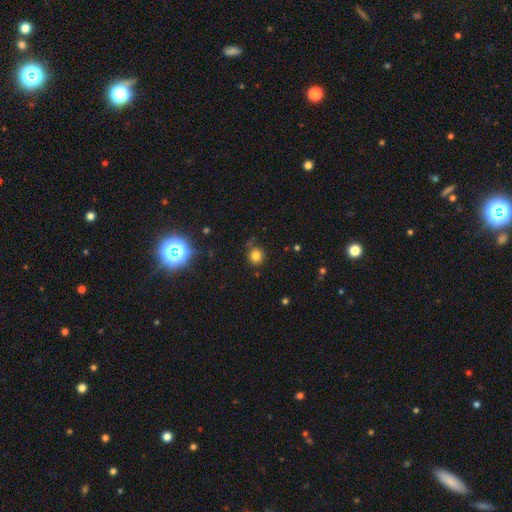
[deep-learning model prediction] Smooth or featured?
  - smooth: 78% *
  - star or artifact: 16%
  - featured or disk: 6%
How rounded?
  - round: 87% *
  - in between: 12%
  - cigar-shaped: 1%
Merging?
  - none: 77% *
  - minor disturbance: 15%
  - major disturbance: 4%
  - merger: 4%